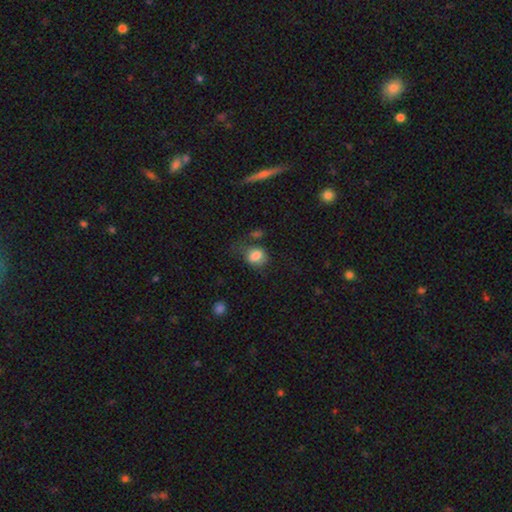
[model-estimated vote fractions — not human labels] Smooth or featured?
  - smooth: 81% *
  - star or artifact: 10%
  - featured or disk: 10%
How rounded?
  - in between: 52% *
  - round: 46%
  - cigar-shaped: 1%
Merging?
  - none: 47% *
  - minor disturbance: 28%
  - major disturbance: 18%
  - merger: 7%